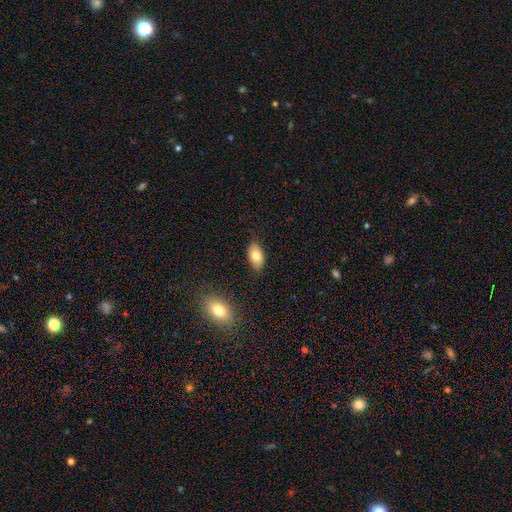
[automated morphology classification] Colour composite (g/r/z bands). It shows a smooth galaxy with no disk features (78%) that is in between round and cigar-shaped (92%). Merging: none (83%).